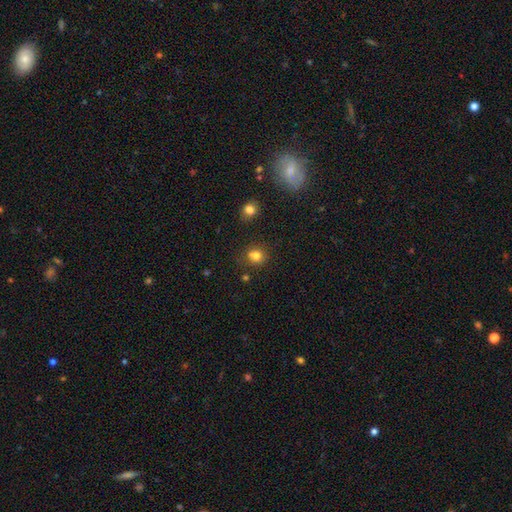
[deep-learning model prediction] This appears to be a smooth galaxy with no disk features (78%) that is round (77%). Merging: none (67%).